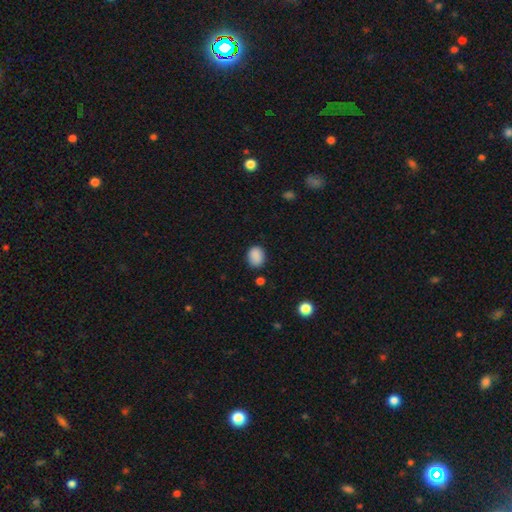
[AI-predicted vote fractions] Morphology: type=smooth (88%); roundness=in between (52%); merging=none (82%).